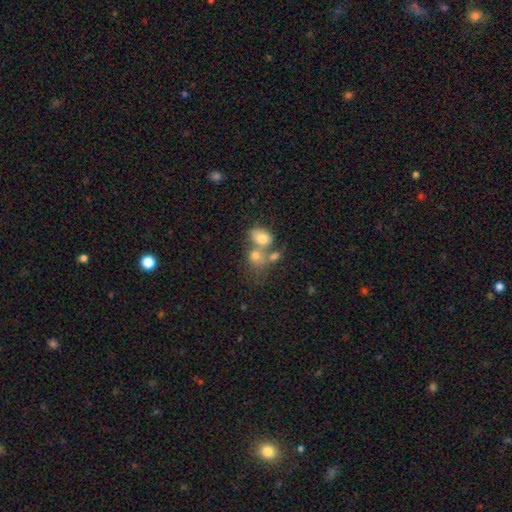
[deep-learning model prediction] Smooth or featured: smooth — 73% (featured or disk — 17%)
How rounded: in between — 51% (round — 48%)
Merging: merger — 53% (none — 30%)